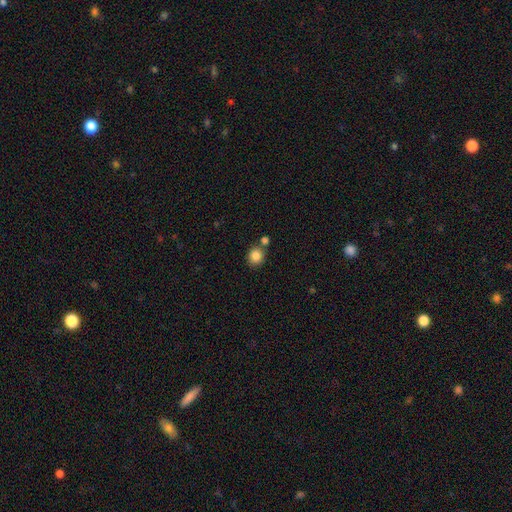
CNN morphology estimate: Smooth or featured: smooth — 85% (star or artifact — 10%)
How rounded: round — 80% (in between — 19%)
Merging: none — 69% (merger — 19%)